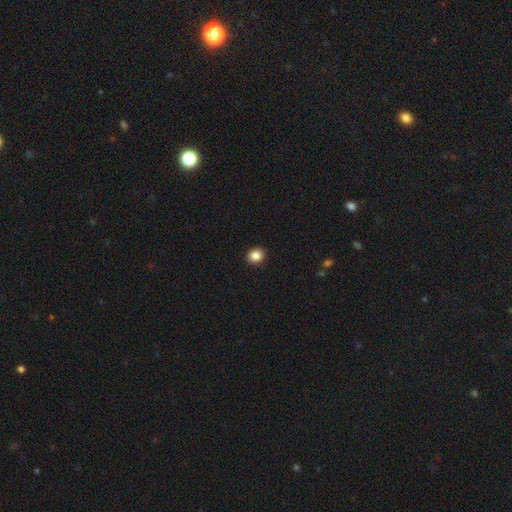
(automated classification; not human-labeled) Morphology: type=smooth (86%); roundness=round (74%); merging=none (93%).